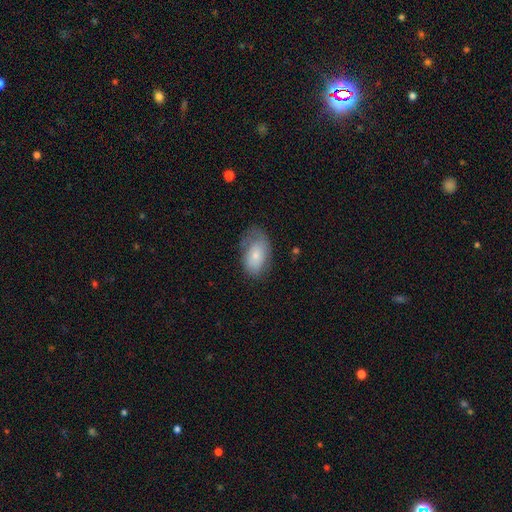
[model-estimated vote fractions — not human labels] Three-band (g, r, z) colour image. It shows a smooth galaxy with no disk features (67%) that is in between round and cigar-shaped (90%). Merging: none (51%).